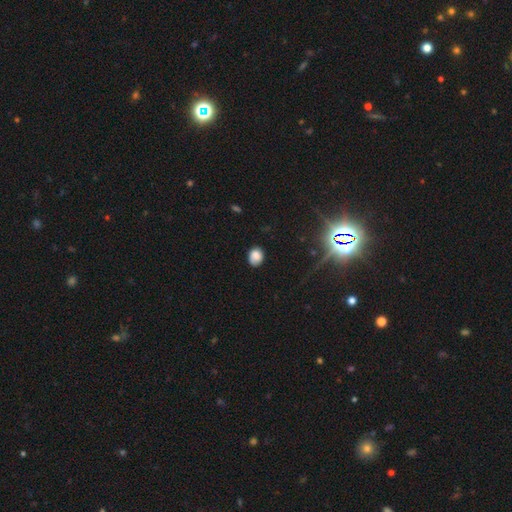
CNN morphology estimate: smooth 80%, star or artifact 11%, featured or disk 9%. Down the decision tree: how rounded — round (52%); merging — none (73%).